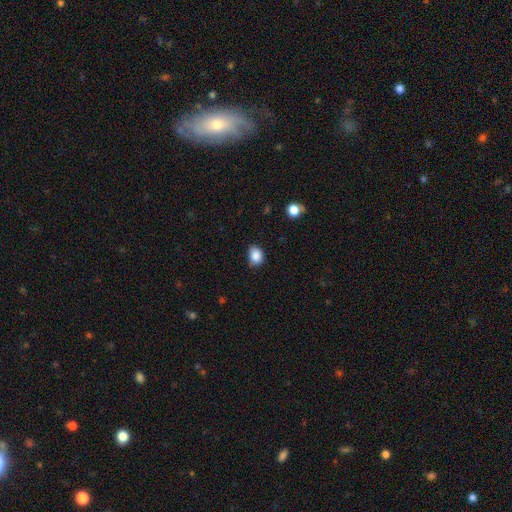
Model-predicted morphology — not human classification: This appears to be a smooth galaxy with no disk features (87%) that is in between round and cigar-shaped (59%). Merging: none (70%).